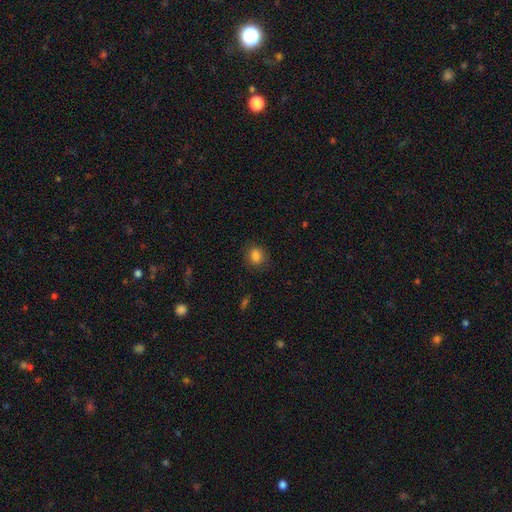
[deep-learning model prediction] A smooth galaxy with no disk features (84%) that is round (63%).

Vote fractions:
- Smooth or featured? smooth: 84% / star or artifact: 11% / featured or disk: 5%
- How rounded? round: 63% / in between: 36% / cigar-shaped: 1%
- Merging? none: 81% / minor disturbance: 14% / major disturbance: 4% / merger: 1%